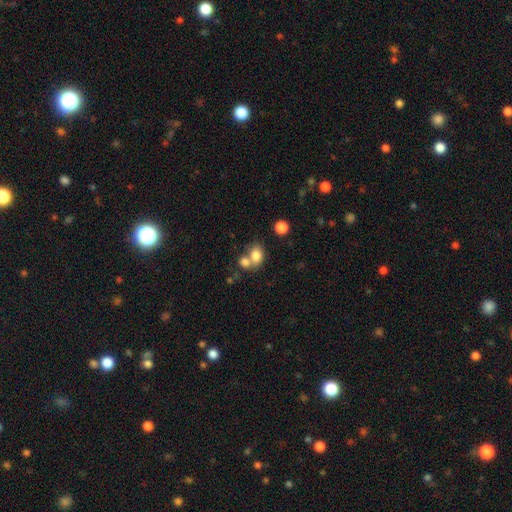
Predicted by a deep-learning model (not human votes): Q: Smooth or featured?
A: smooth (80%); runner-up: featured or disk (10%)
Q: How rounded?
A: in between (61%); runner-up: round (38%)
Q: Merging?
A: merger (49%); runner-up: none (38%)